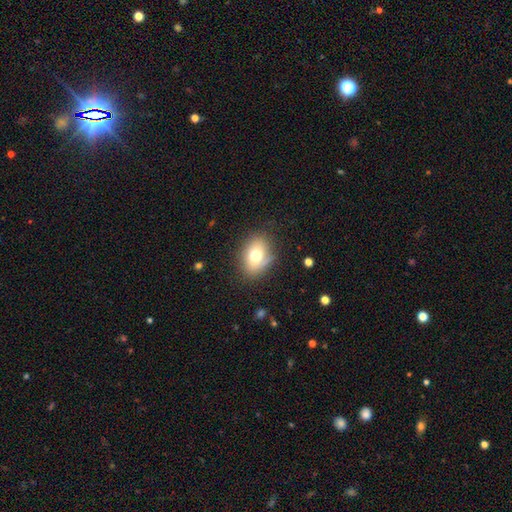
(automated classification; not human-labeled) A smooth galaxy with no disk features (70%) that is in between round and cigar-shaped (67%). Merging: none (74%).